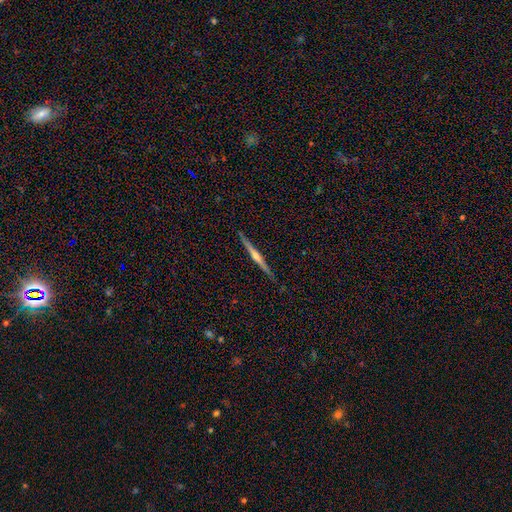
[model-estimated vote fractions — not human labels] This is likely a featured or disk galaxy (77%). It is clearly viewed edge-on (98%). Edge-on bulge: likely rounded (79%). Merging: clearly none (90%).